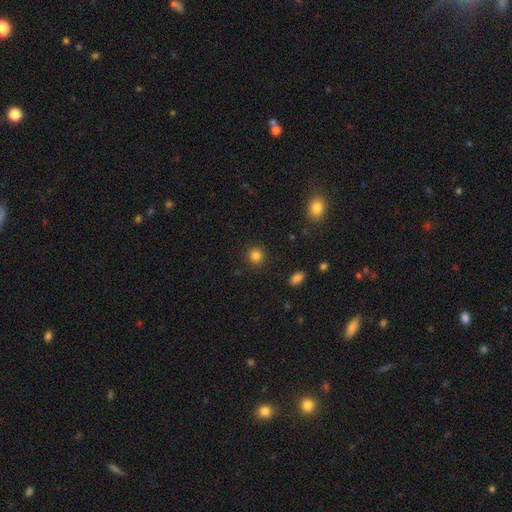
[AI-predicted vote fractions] Overall: smooth (84%). How rounded: round (92%). Merging: none (91%).